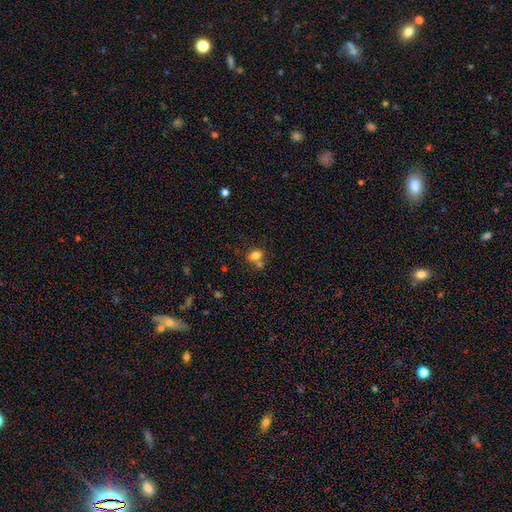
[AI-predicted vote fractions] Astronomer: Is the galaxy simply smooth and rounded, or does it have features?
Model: smooth — 77%.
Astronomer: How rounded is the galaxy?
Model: in between — 67%.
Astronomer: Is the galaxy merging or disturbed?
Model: none — 48% (runner-up: merger, 34%).